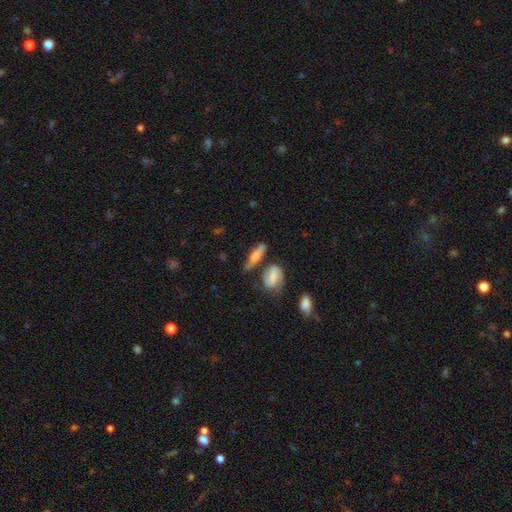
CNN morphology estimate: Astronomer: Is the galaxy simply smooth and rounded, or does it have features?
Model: smooth — 56% (runner-up: featured or disk, 37%).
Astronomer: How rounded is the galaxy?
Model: cigar-shaped — 56% (runner-up: in between, 38%).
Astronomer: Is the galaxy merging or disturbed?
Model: none — 58%.